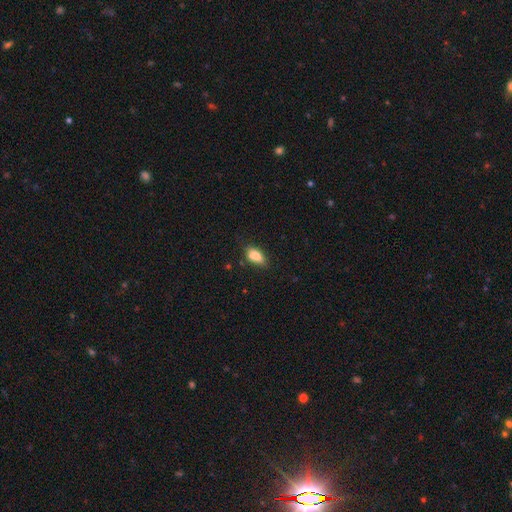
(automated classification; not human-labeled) Overall: smooth (79%). How rounded: in between (86%). Merging: none (71%).